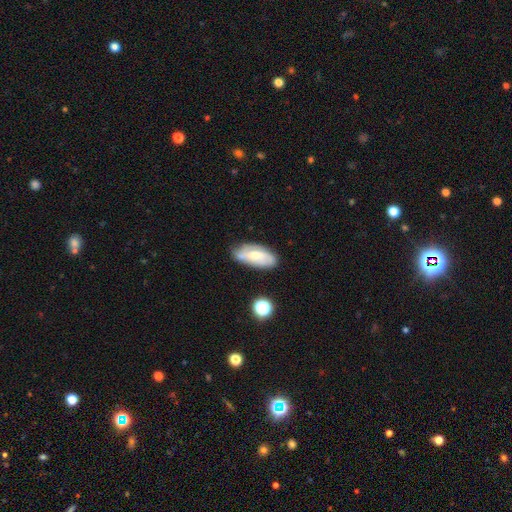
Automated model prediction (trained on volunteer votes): A featured or disk galaxy (47%).

Vote fractions:
- Smooth or featured? featured or disk: 47% / smooth: 46% / star or artifact: 8%
- Merging? none: 66% / minor disturbance: 24% / major disturbance: 6% / merger: 4%